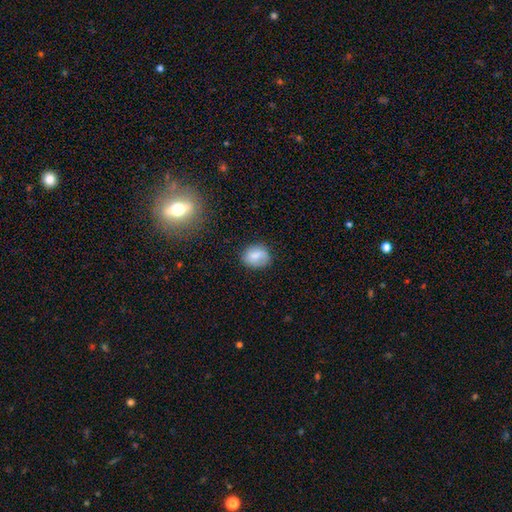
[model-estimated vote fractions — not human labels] Smooth or featured? smooth (76%)
How rounded? round (58%)
Merging? none (75%)